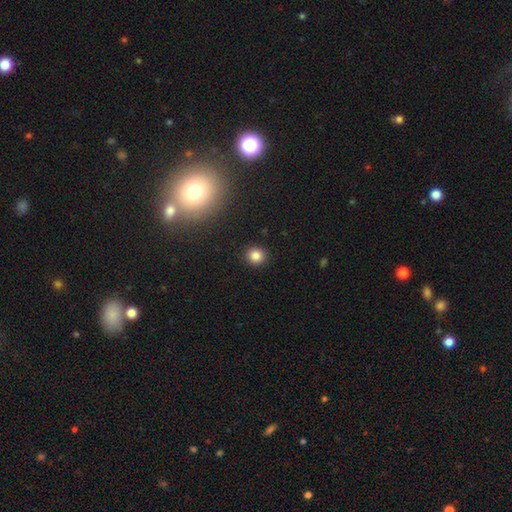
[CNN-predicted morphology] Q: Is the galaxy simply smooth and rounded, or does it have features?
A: smooth — 83%.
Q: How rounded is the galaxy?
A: round — 88%.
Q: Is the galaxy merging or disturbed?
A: none — 92%.